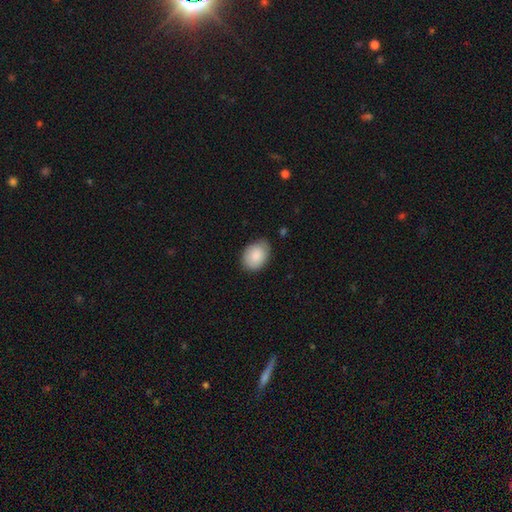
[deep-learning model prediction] This appears to be a smooth galaxy with no disk features (87%) that is in between round and cigar-shaped (74%). Merging: none (76%).